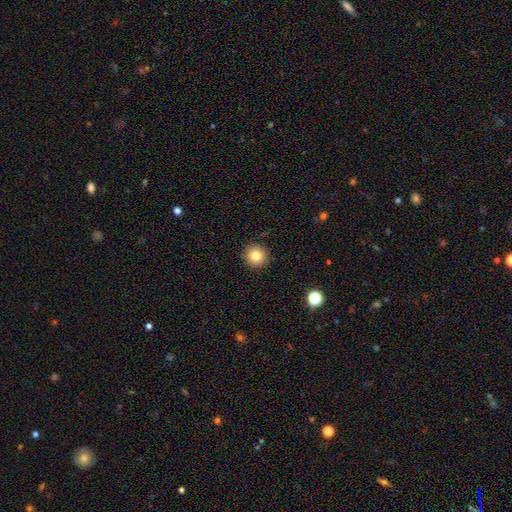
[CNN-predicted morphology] A smooth galaxy with no disk features (81%) that is round (95%). Merging: none (92%).